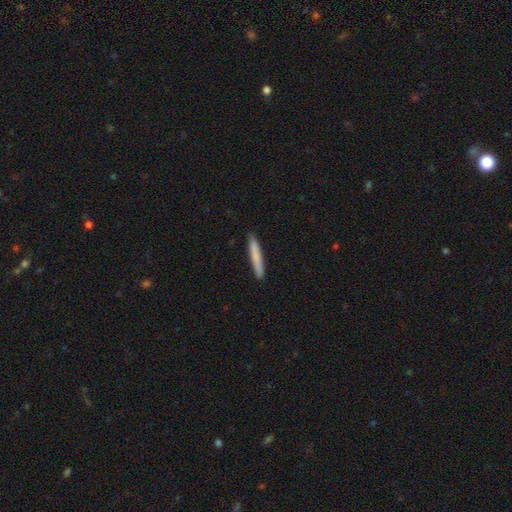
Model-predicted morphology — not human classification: A smooth galaxy with no disk features (80%) that is cigar-shaped (96%). Merging: none (91%).